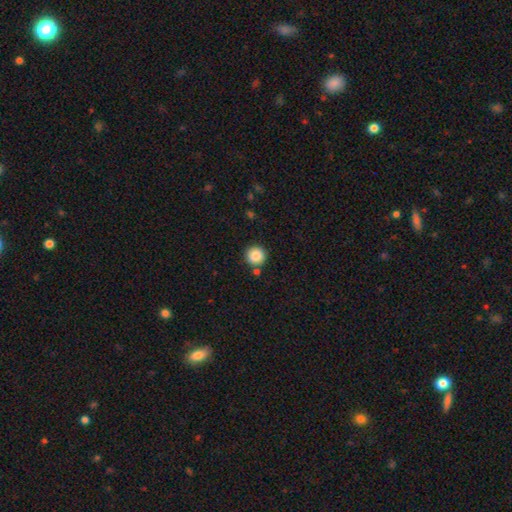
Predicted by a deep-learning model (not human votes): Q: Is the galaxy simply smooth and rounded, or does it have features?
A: smooth — 87%.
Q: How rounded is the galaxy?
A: round — 95%.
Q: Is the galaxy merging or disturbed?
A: none — 85%.